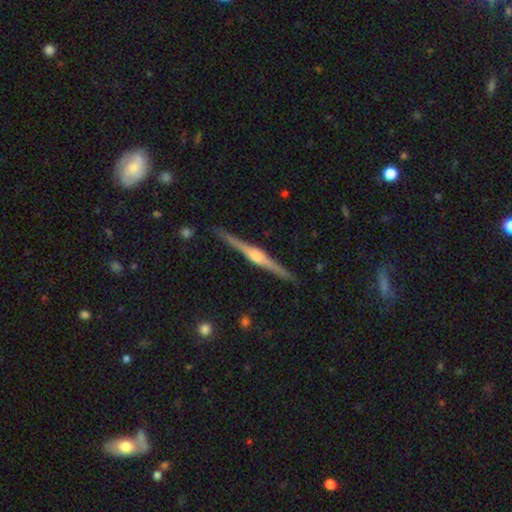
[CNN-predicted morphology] Smooth or featured: featured or disk — 84% (smooth — 10%)
Edge-on disk: yes — 99% (no — 1%)
Edge-on bulge: rounded — 83% (boxy — 12%)
Merging: none — 91% (minor disturbance — 7%)